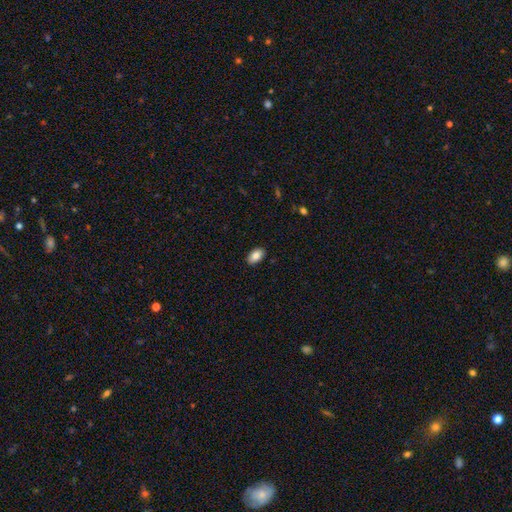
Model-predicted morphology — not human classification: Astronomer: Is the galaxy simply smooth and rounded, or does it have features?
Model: smooth — 86%.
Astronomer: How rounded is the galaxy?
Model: in between — 93%.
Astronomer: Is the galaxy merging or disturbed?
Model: none — 89%.